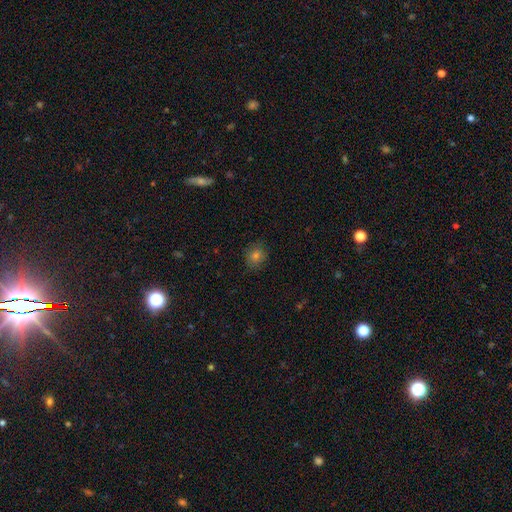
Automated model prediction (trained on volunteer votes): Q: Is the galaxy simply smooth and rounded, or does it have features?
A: smooth — 69%.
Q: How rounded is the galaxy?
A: round — 80%.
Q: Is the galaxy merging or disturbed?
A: none — 85%.